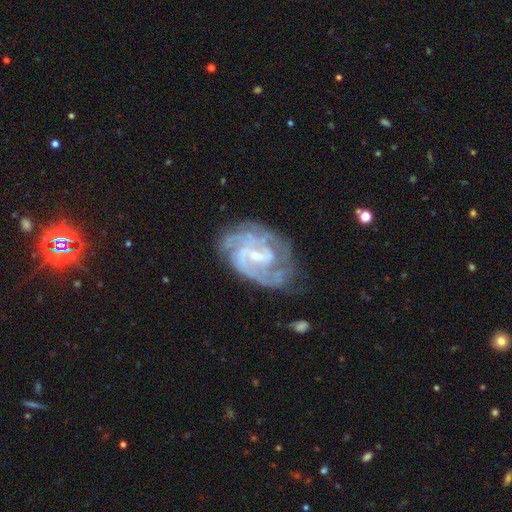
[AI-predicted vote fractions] This appears to be a featured or disk galaxy (89%) with a weak bar (55%), 2 (28%) tight (56%) spiral arms (96%) and a small central bulge (58%). Merging: none (64%).